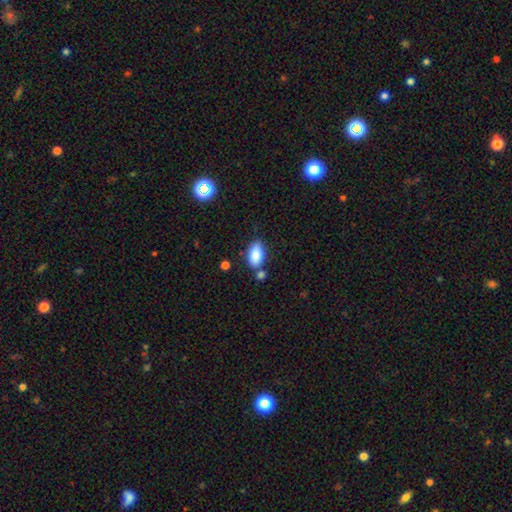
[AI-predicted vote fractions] The model was most divided on "merging": none: 68%, minor disturbance: 16%, merger: 12%, major disturbance: 4%. More confident: how rounded — in between (93%); smooth or featured — smooth (86%).